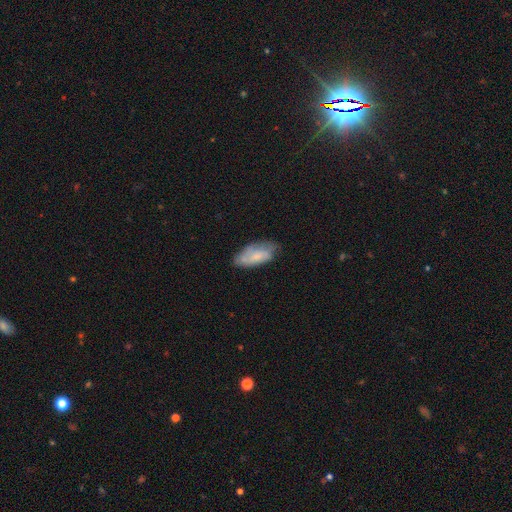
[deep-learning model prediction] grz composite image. It shows a smooth galaxy with no disk features (63%) that is in between round and cigar-shaped (86%). Merging: none (58%).